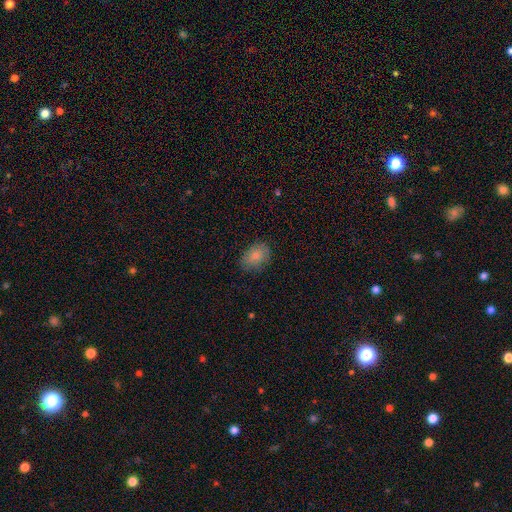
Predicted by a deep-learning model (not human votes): A smooth galaxy with no disk features (84%) that is in between round and cigar-shaped (76%). Merging: none (81%).